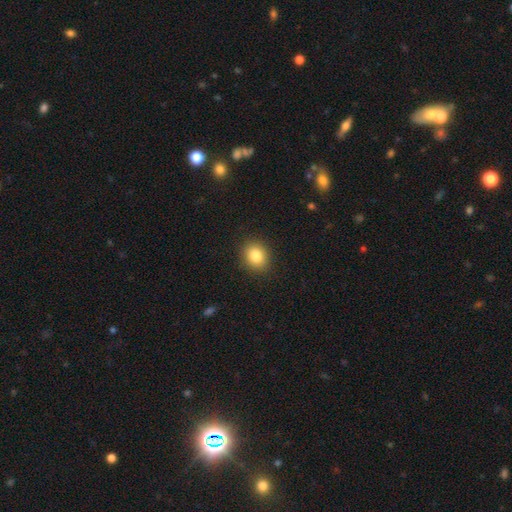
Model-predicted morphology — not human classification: Smooth or featured: smooth — 84% (star or artifact — 10%)
How rounded: round — 67% (in between — 32%)
Merging: none — 89% (minor disturbance — 7%)